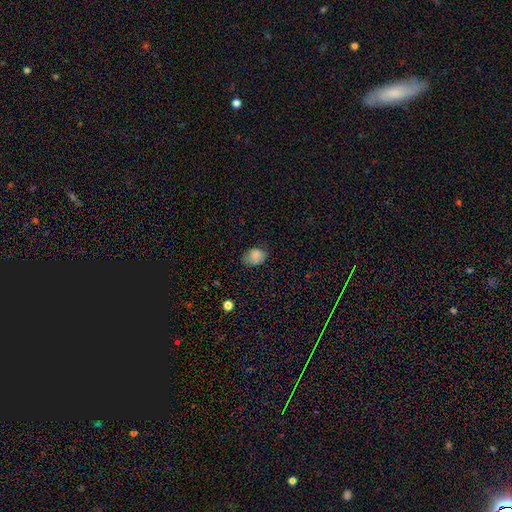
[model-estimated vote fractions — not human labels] Overall: smooth (84%). How rounded: in between (61%; round 39%). Merging: none (67%).